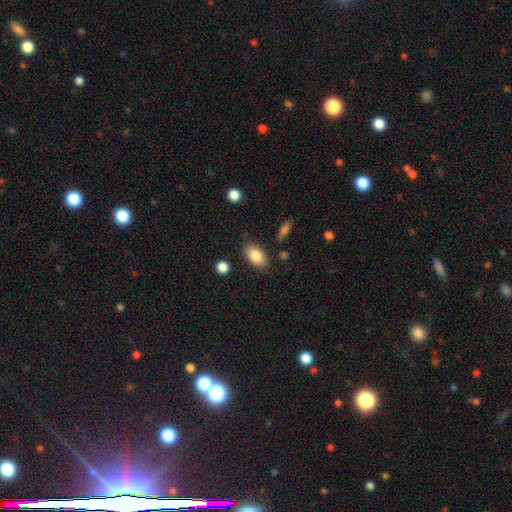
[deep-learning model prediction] smooth_or_featured: smooth (p=0.85) [alt: featured or disk p=0.08]
how_rounded: in between (p=0.90) [alt: round p=0.08]
merging: none (p=0.80) [alt: minor disturbance p=0.13]